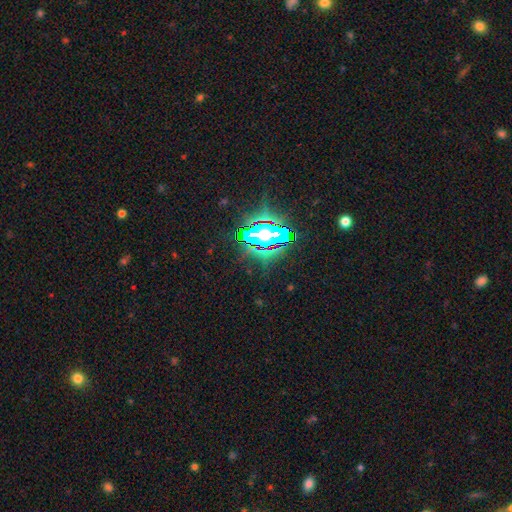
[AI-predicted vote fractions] Smooth or featured?
  - star or artifact: 81% *
  - smooth: 11%
  - featured or disk: 7%